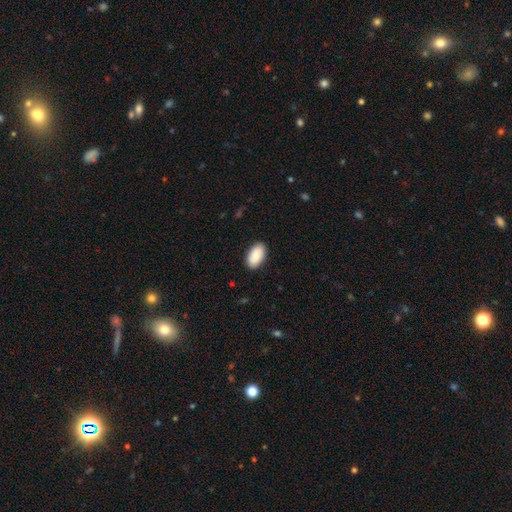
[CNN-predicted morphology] Smooth or featured: smooth — 88% (featured or disk — 7%)
How rounded: in between — 95% (round — 3%)
Merging: none — 88% (minor disturbance — 9%)